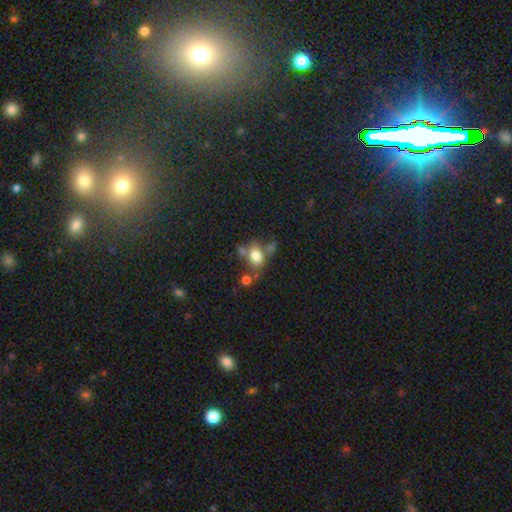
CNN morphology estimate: smooth-or-featured: smooth: 74% | featured or disk: 14% | star or artifact: 12%
  how-rounded: in between: 57% | round: 41% | cigar-shaped: 2%
  merging: none: 47% | merger: 25% | minor disturbance: 18% | major disturbance: 10%